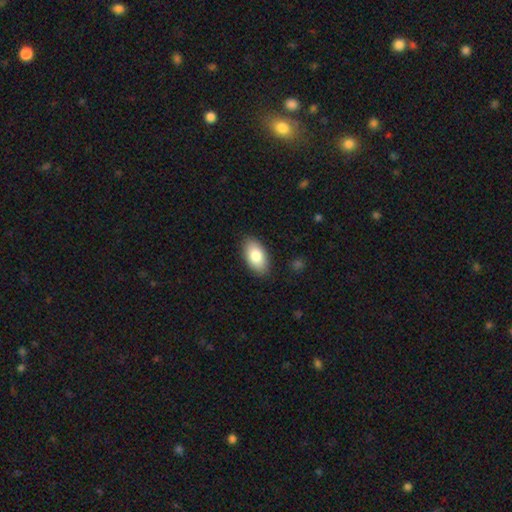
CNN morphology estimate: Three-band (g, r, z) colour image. It shows a smooth galaxy with no disk features (81%) that is in between round and cigar-shaped (94%). Merging: none (87%).